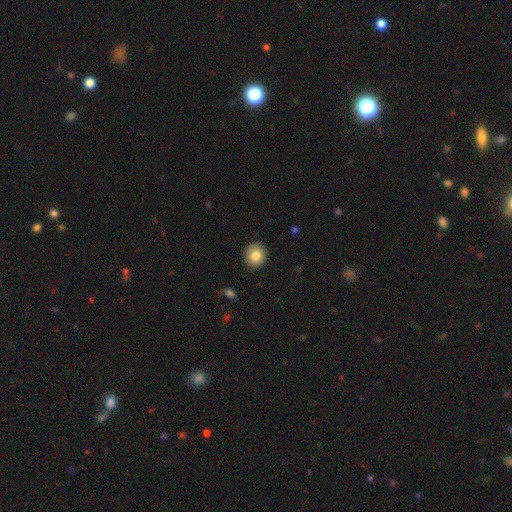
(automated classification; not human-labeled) Overall: smooth (82%). How rounded: round (85%). Merging: none (89%).